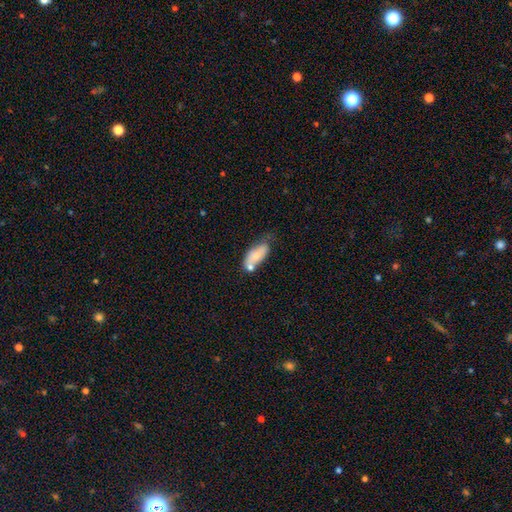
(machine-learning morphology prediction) smooth 69%, featured or disk 24%, star or artifact 7%. Down the decision tree: how rounded — in between (82%); merging — none (40%).